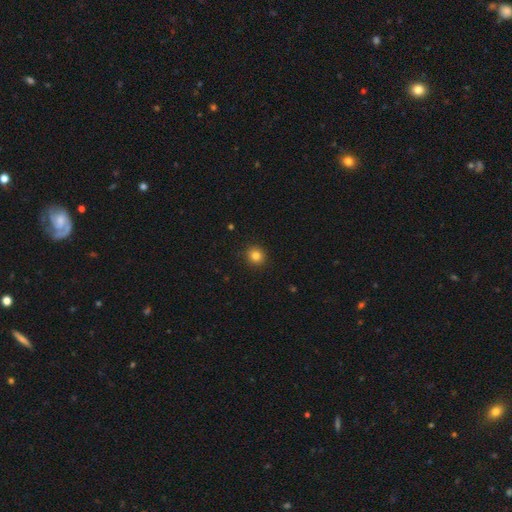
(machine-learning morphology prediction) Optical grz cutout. It shows a smooth galaxy with no disk features (82%) that is round (88%). Merging: none (92%).